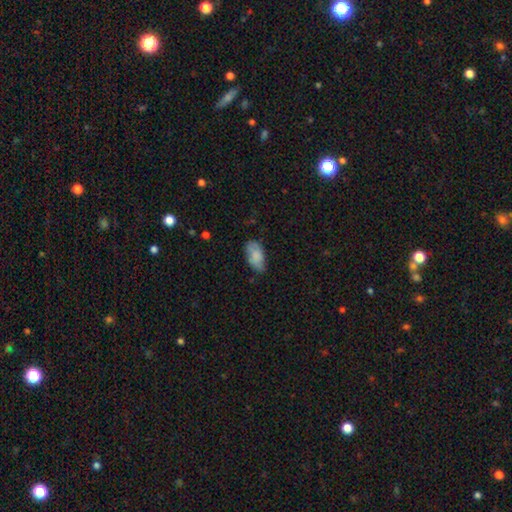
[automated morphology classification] This is clearly a smooth galaxy (81%). How rounded: clearly in between (93%). Merging: likely none (66%).